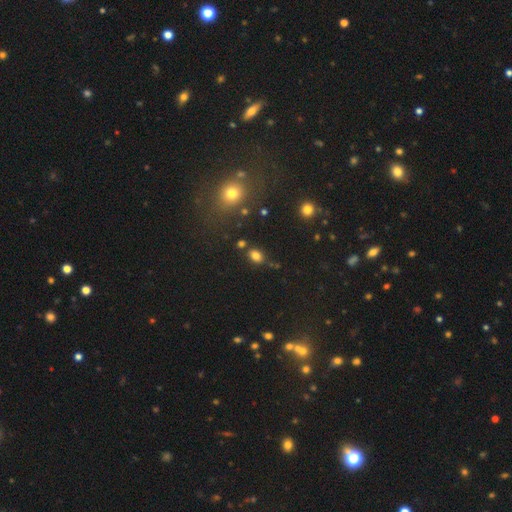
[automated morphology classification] A smooth galaxy with no disk features (79%) that is in between round and cigar-shaped (68%).

Vote fractions:
- Smooth or featured? smooth: 79% / star or artifact: 14% / featured or disk: 7%
- How rounded? in between: 68% / round: 31% / cigar-shaped: 2%
- Merging? none: 74% / minor disturbance: 14% / merger: 8% / major disturbance: 4%